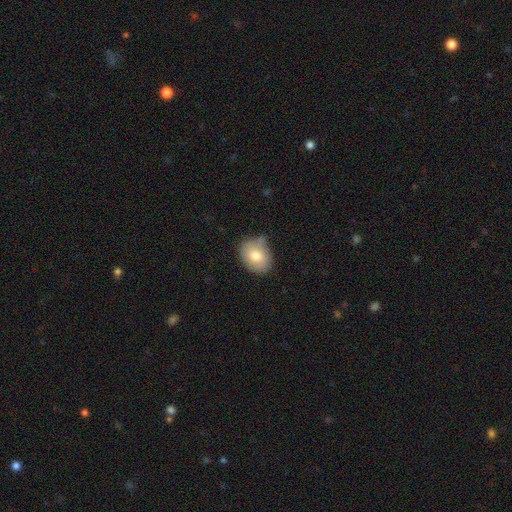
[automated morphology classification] A smooth galaxy with no disk features (76%) that is in between round and cigar-shaped (59%).

Vote fractions:
- Smooth or featured? smooth: 76% / featured or disk: 15% / star or artifact: 8%
- How rounded? in between: 59% / round: 40% / cigar-shaped: 1%
- Merging? none: 58% / minor disturbance: 30% / major disturbance: 6% / merger: 5%